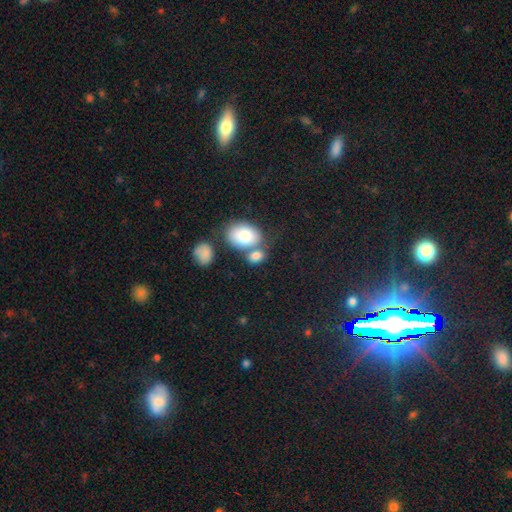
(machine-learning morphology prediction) type=smooth (80%); roundness=in between (75%); merging=none (47%).